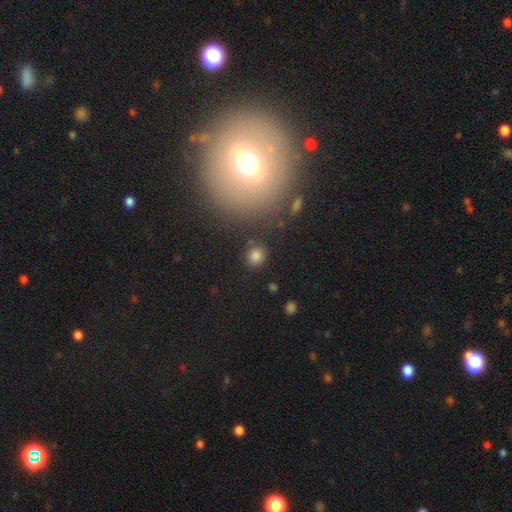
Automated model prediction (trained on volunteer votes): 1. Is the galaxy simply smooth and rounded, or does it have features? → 82% smooth, 13% star or artifact, 5% featured or disk.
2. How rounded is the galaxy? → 81% round, 17% in between, 1% cigar-shaped.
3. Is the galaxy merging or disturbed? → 85% none, 9% minor disturbance, 3% major disturbance, 3% merger.